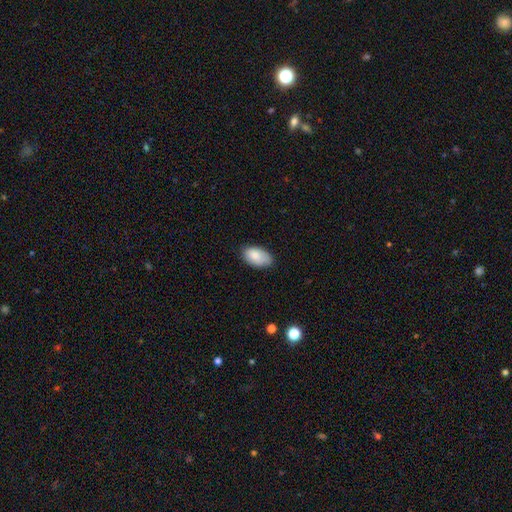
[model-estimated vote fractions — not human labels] A smooth galaxy with no disk features (85%) that is in between round and cigar-shaped (94%). Merging: none (74%).